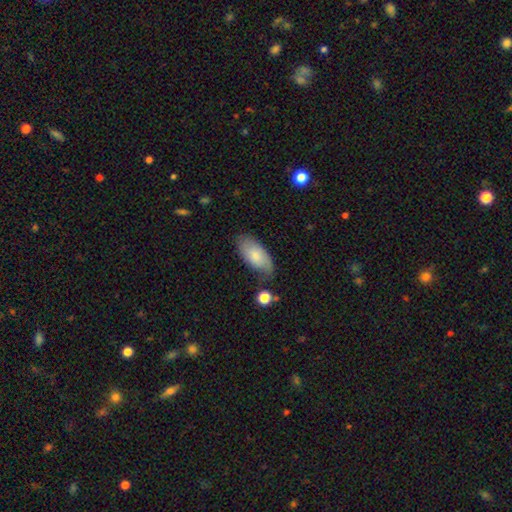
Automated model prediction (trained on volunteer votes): Smooth or featured? smooth (73%)
How rounded? in between (92%)
Merging? none (65%)